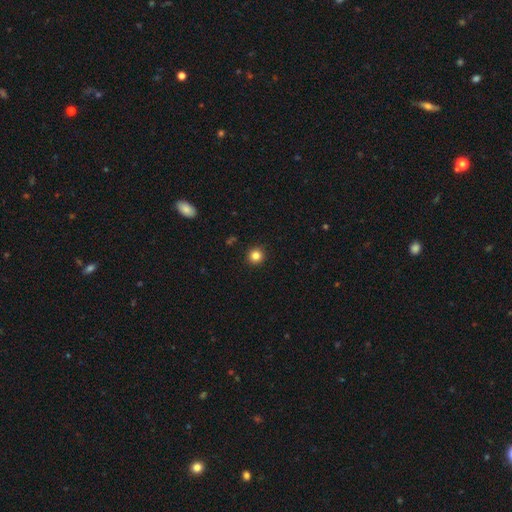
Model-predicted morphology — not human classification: smooth-or-featured: smooth: 83% | star or artifact: 12% | featured or disk: 5%
  how-rounded: round: 95% | in between: 4% | cigar-shaped: 1%
  merging: none: 93% | minor disturbance: 4% | major disturbance: 1% | merger: 1%